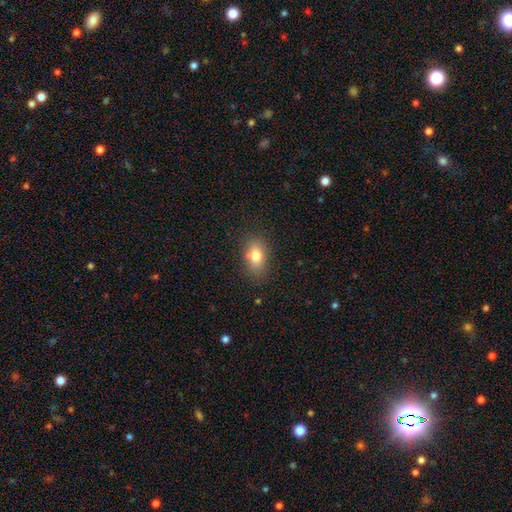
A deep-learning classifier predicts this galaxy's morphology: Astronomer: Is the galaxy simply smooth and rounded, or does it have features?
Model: smooth — 78%.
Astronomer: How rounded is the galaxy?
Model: in between — 82%.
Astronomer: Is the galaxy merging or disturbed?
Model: none — 83%.